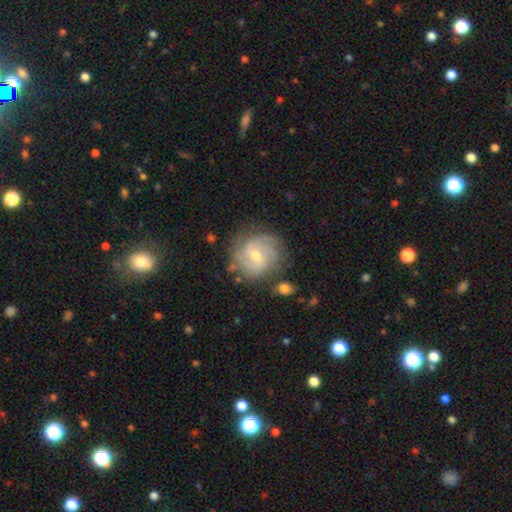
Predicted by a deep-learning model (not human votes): smooth-or-featured: featured or disk: 85% | smooth: 9% | star or artifact: 6%
  disk-edge-on: no: 98% | yes: 2%
    bar: weak: 51% | no: 38% | strong: 11%
    has-spiral-arms: yes: 97% | no: 3%
      spiral-winding: tight: 60% | medium: 33% | loose: 7%
      spiral-arm-count: 3: 37% | 2: 24% | can't tell: 17% | 4: 12% | more than 4: 5% | 1: 5%
    bulge-size: moderate: 53% | small: 44% | large: 1% | none: 1% | dominant: 1%
  merging: none: 79% | minor disturbance: 14% | major disturbance: 4% | merger: 3%